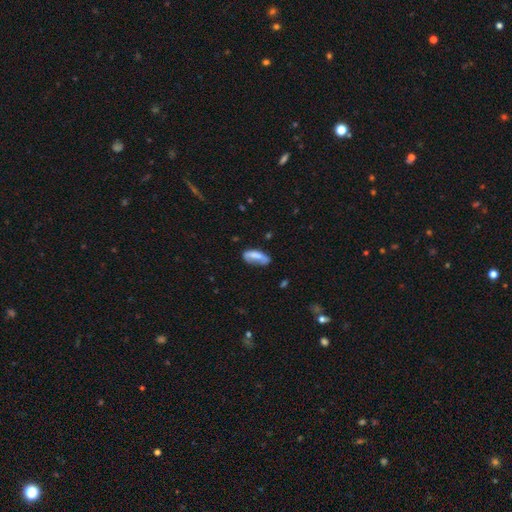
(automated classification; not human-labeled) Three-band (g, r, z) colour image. It shows a smooth galaxy with no disk features (64%) that is in between round and cigar-shaped (78%). Merging: none (49%).